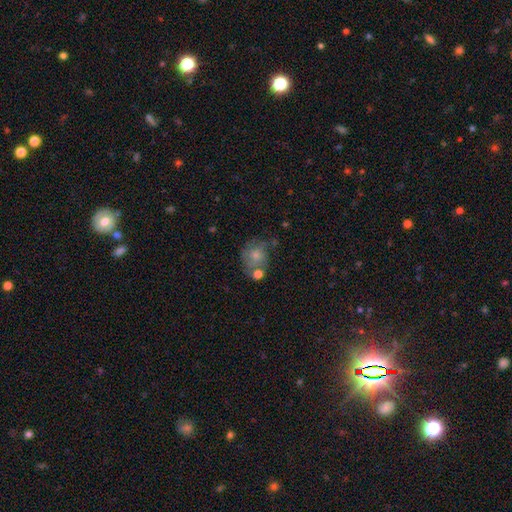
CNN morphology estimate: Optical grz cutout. It shows a smooth galaxy with no disk features (57%) that is round (66%). Merging: none (43%).